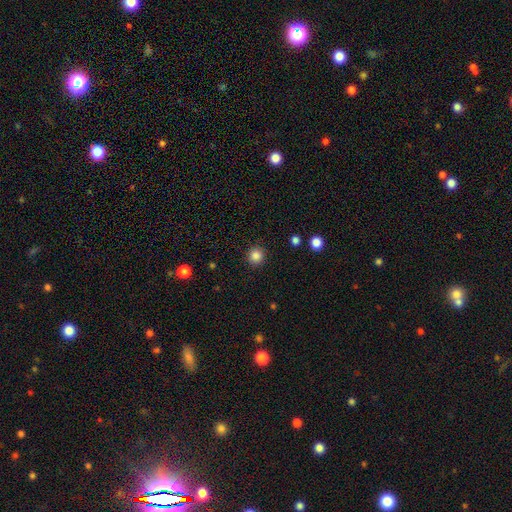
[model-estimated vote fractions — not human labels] smooth 85%, star or artifact 11%, featured or disk 4%. Down the decision tree: how rounded — round (93%); merging — none (91%).